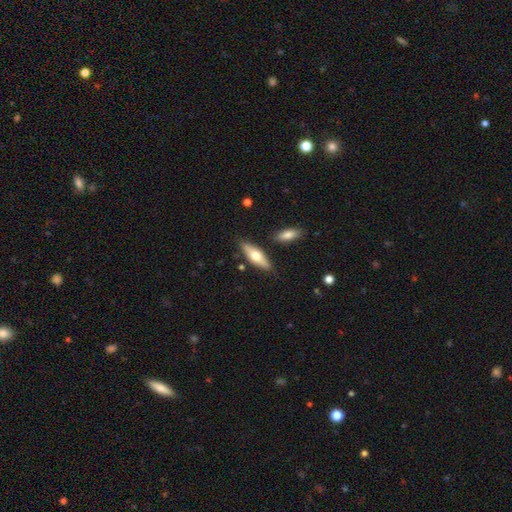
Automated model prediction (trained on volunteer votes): Smooth or featured? smooth (53%)
How rounded? in between (51%)
Merging? none (81%)